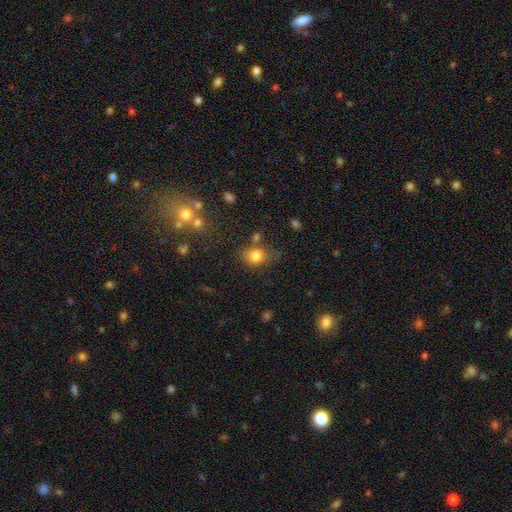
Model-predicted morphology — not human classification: This is likely a smooth galaxy (80%). How rounded: possibly round (54%). Merging: likely none (69%).